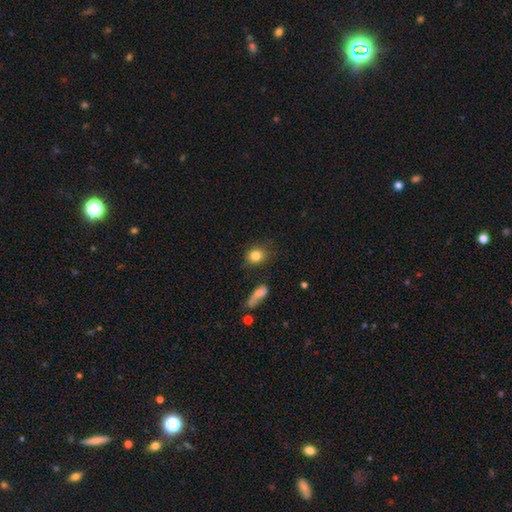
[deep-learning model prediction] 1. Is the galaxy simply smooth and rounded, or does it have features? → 83% smooth, 10% star or artifact, 7% featured or disk.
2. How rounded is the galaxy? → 68% round, 30% in between, 2% cigar-shaped.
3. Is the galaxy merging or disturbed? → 74% none, 17% minor disturbance, 5% major disturbance, 4% merger.